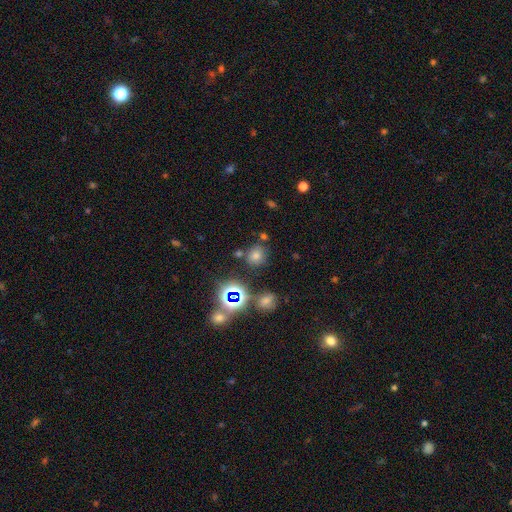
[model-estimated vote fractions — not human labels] Overall: smooth (54%; star or artifact 37%). How rounded: round (82%). Merging: none (79%).